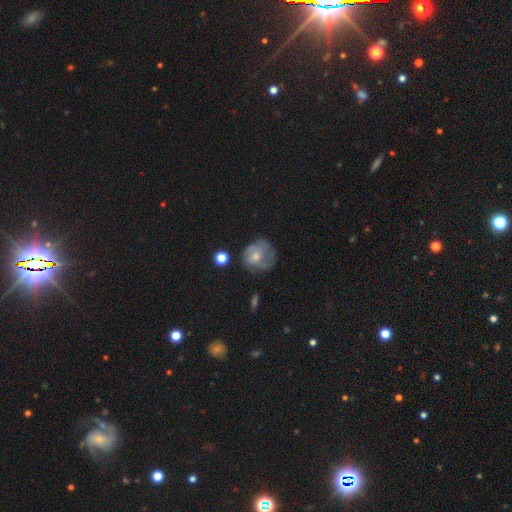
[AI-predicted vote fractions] Overall: featured or disk (48%; smooth 44%). Merging: none (50%; minor disturbance 27%).